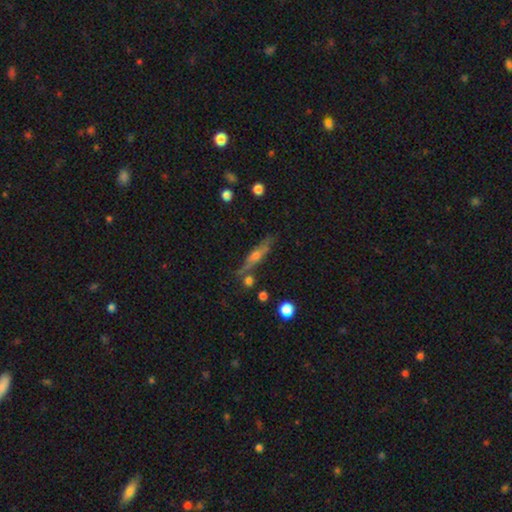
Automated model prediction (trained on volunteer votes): smooth-or-featured: featured or disk: 64% | smooth: 26% | star or artifact: 10%
  disk-edge-on: yes: 93% | no: 7%
    edge-on-bulge: rounded: 85% | none: 10% | boxy: 5%
  merging: none: 77% | minor disturbance: 13% | merger: 7% | major disturbance: 3%